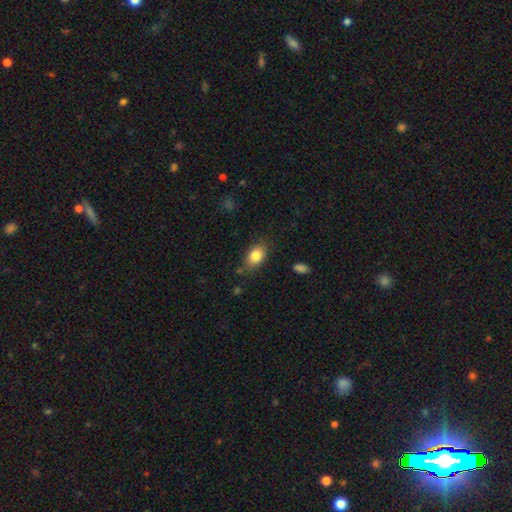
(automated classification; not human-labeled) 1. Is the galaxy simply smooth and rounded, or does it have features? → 84% smooth, 8% featured or disk, 8% star or artifact.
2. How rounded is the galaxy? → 81% in between, 18% round, 2% cigar-shaped.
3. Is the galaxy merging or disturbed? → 78% none, 16% minor disturbance, 4% major disturbance, 2% merger.